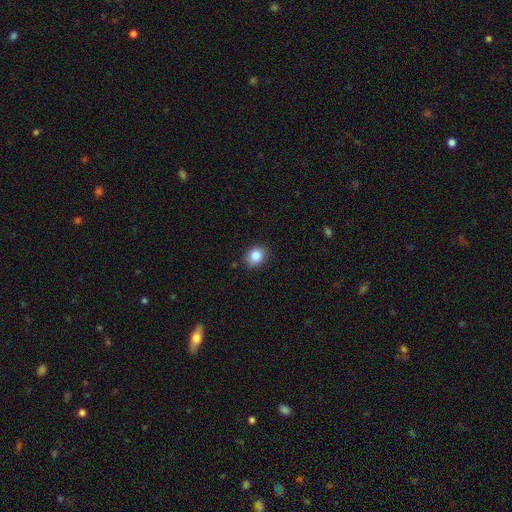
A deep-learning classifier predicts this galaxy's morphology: The model was most divided on "how rounded": round: 58%, in between: 41%, cigar-shaped: 1%. More confident: smooth or featured — smooth (87%); merging — none (86%).